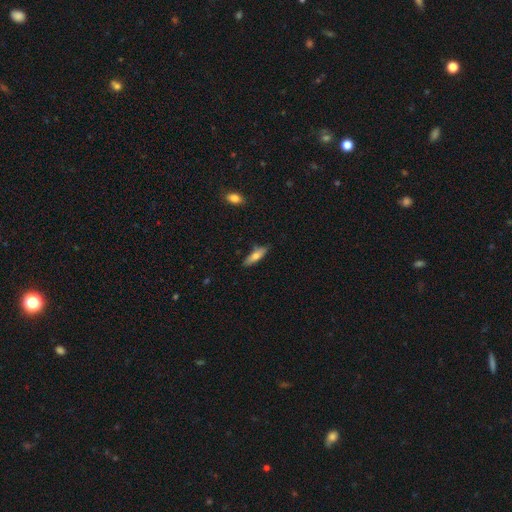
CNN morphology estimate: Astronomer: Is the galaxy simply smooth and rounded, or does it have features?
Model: smooth — 67%.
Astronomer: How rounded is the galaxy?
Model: cigar-shaped — 59% (runner-up: in between, 39%).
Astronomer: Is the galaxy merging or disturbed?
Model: none — 83%.